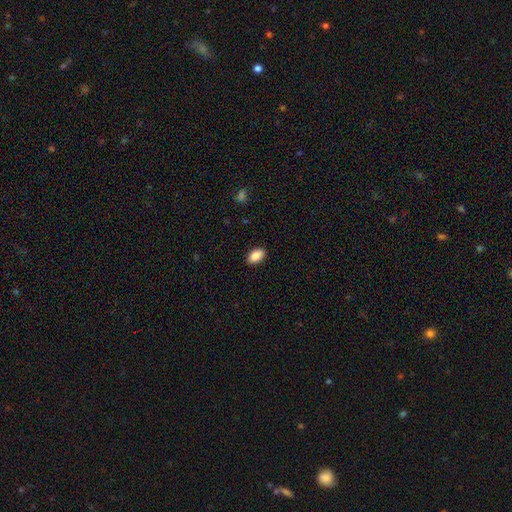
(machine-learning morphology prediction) Smooth or featured: smooth — 88% (star or artifact — 7%)
How rounded: in between — 93% (round — 6%)
Merging: none — 89% (minor disturbance — 8%)